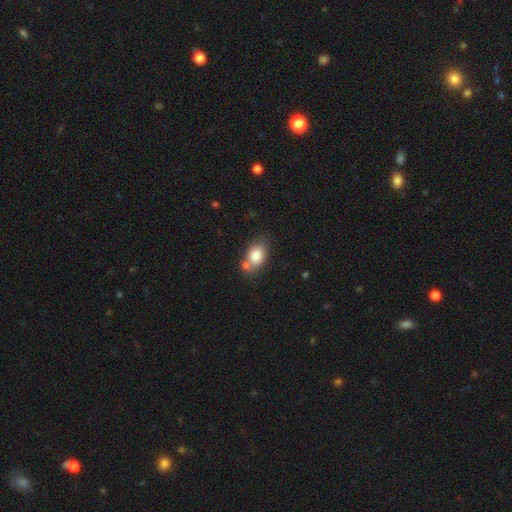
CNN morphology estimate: Smooth or featured?
  - smooth: 82% *
  - featured or disk: 10%
  - star or artifact: 8%
How rounded?
  - in between: 83% *
  - round: 15%
  - cigar-shaped: 2%
Merging?
  - none: 59% *
  - merger: 21%
  - minor disturbance: 16%
  - major disturbance: 5%